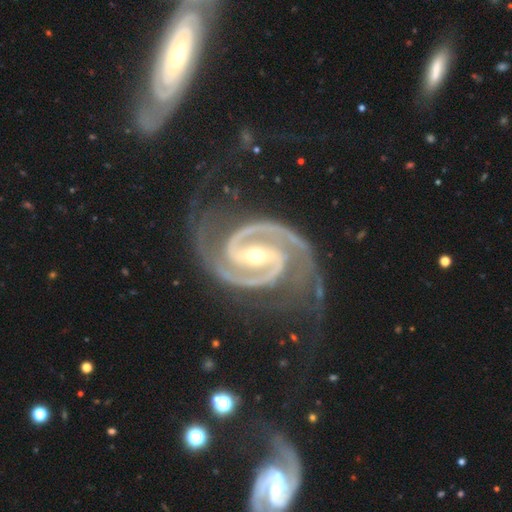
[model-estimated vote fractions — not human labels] This is clearly a featured or disk galaxy (95%). It is clearly not viewed edge-on (98%). Bar: likely strong (62%). Spiral arm pattern: clearly yes (99%). Spiral arm count: clearly 2 (94%). Spiral winding: possibly medium (48%). Central bulge: possibly small (54%). Merging: likely none (63%).